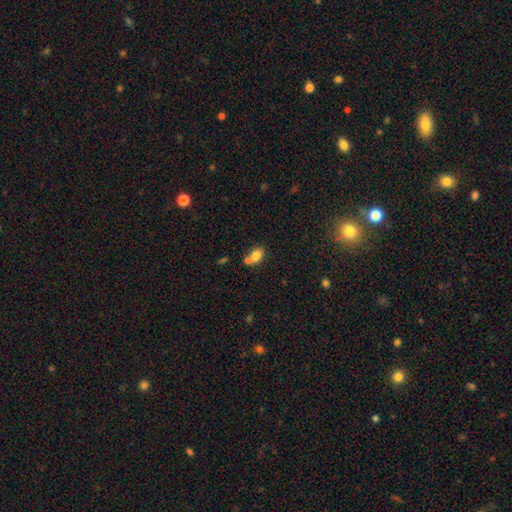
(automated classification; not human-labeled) Smooth or featured? Predicted: smooth (p=0.81). How rounded? Predicted: in between (p=0.75). Merging? Predicted: none (p=0.47).